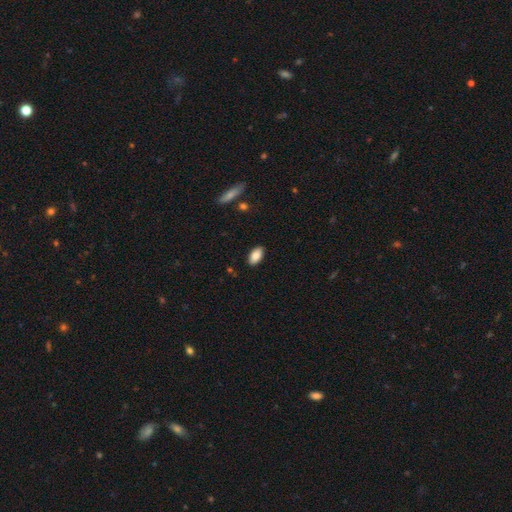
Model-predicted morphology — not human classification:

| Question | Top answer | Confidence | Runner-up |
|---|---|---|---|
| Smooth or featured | smooth | 86% | featured or disk (8%) |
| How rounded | in between | 94% | cigar-shaped (4%) |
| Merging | none | 88% | minor disturbance (9%) |